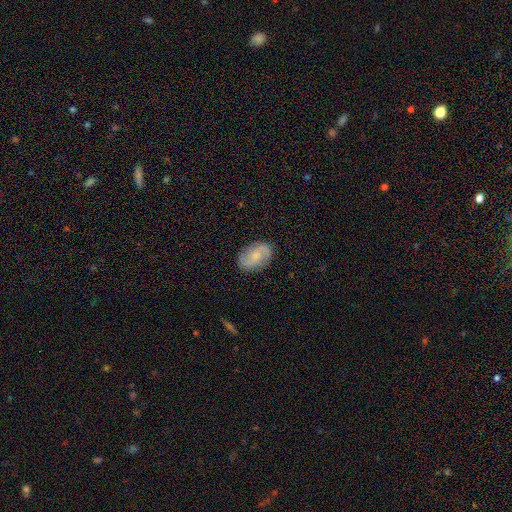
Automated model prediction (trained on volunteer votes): Morphology: type=featured or disk (60%); edge-on=no (97%); bar=no (47%); spiral arms=yes (91%); winding=loose (43%); arm count=2 (89%); bulge=small (40%); merging=none (83%).